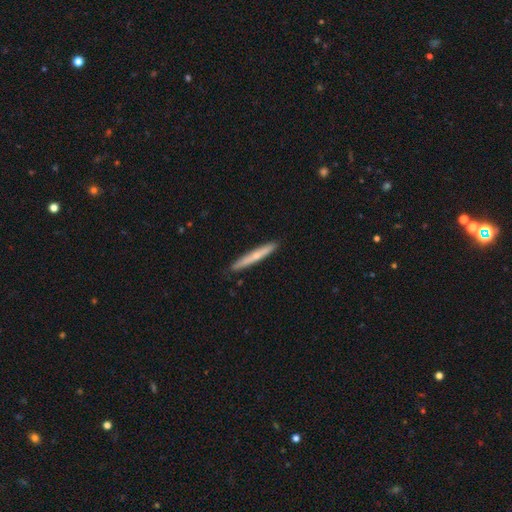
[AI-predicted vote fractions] This is possibly a smooth galaxy (50%). Merging: clearly none (89%).